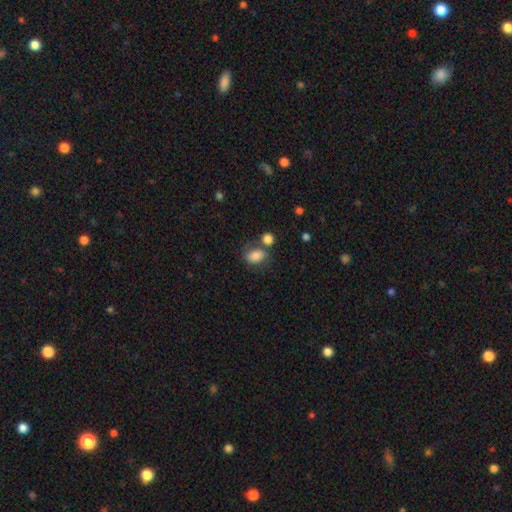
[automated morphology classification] A smooth galaxy with no disk features (79%) that is in between round and cigar-shaped (75%).

Vote fractions:
- Smooth or featured? smooth: 79% / featured or disk: 12% / star or artifact: 9%
- How rounded? in between: 75% / round: 23% / cigar-shaped: 2%
- Merging? none: 50% / merger: 26% / minor disturbance: 17% / major disturbance: 8%